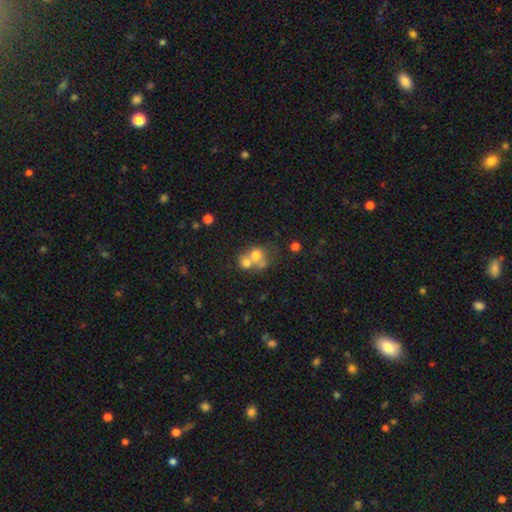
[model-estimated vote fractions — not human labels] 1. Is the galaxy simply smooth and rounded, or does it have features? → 65% smooth, 22% featured or disk, 13% star or artifact.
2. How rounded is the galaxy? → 74% round, 25% in between, 1% cigar-shaped.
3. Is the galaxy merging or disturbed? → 61% merger, 28% none, 7% minor disturbance, 4% major disturbance.